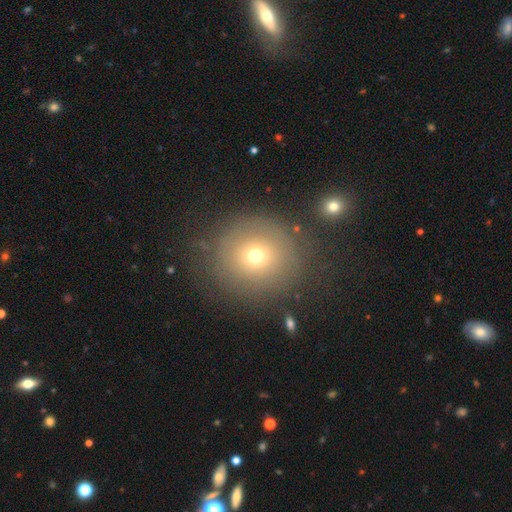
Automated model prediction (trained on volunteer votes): smooth_or_featured: smooth (p=0.67) [alt: featured or disk p=0.17]
how_rounded: round (p=0.91) [alt: in between p=0.08]
merging: none (p=0.78) [alt: minor disturbance p=0.12]